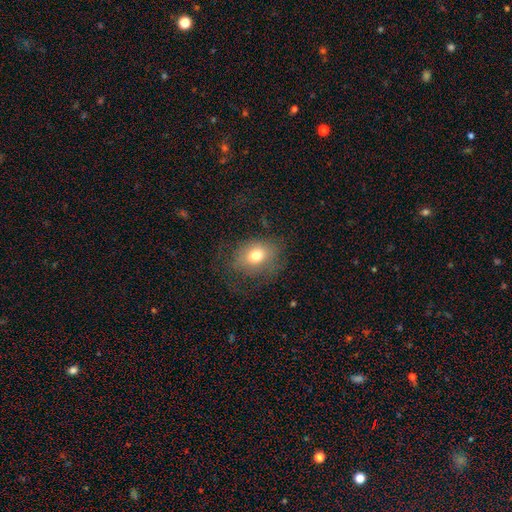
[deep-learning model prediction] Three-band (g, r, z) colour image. It shows a smooth galaxy with no disk features (69%) that is in between round and cigar-shaped (53%). Merging: none (61%).